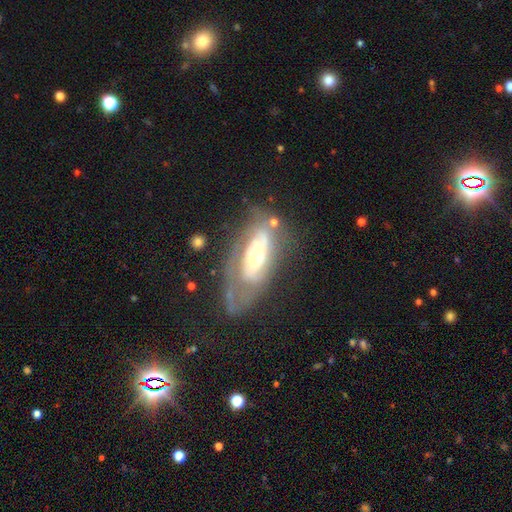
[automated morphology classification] featured or disk 78%, smooth 17%, star or artifact 6%. Down the decision tree: edge-on disk — no (87%); bar — no (44%); spiral arms — yes (77%); spiral arm count — 2 (50%); spiral winding — tight (46%); bulge size — moderate (55%); merging — none (45%).